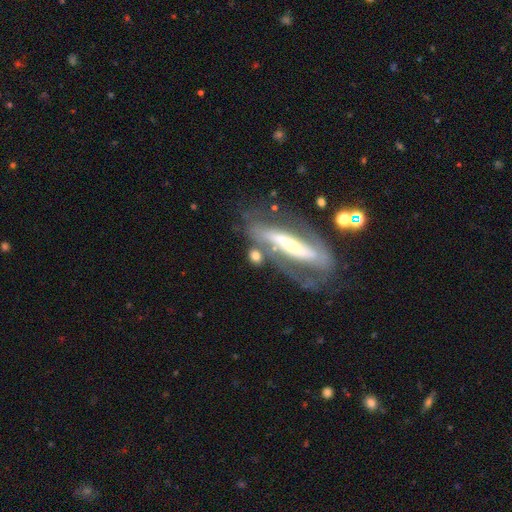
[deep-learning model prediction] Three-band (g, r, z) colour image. It shows a featured or disk galaxy (54%). Merging: none (49%).